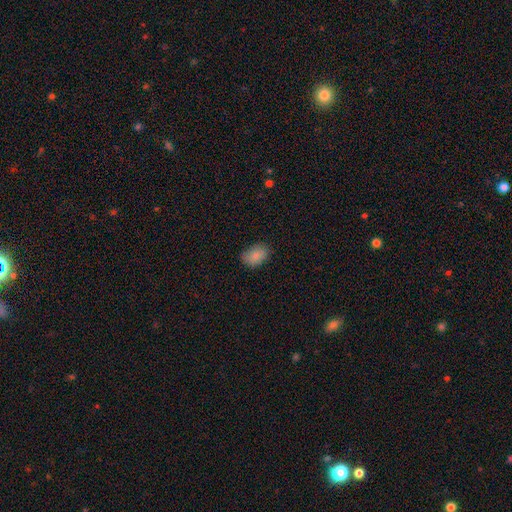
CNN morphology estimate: Smooth or featured?
  - smooth: 87% *
  - star or artifact: 8%
  - featured or disk: 5%
How rounded?
  - in between: 84% *
  - round: 15%
  - cigar-shaped: 1%
Merging?
  - none: 81% *
  - minor disturbance: 15%
  - major disturbance: 3%
  - merger: 1%